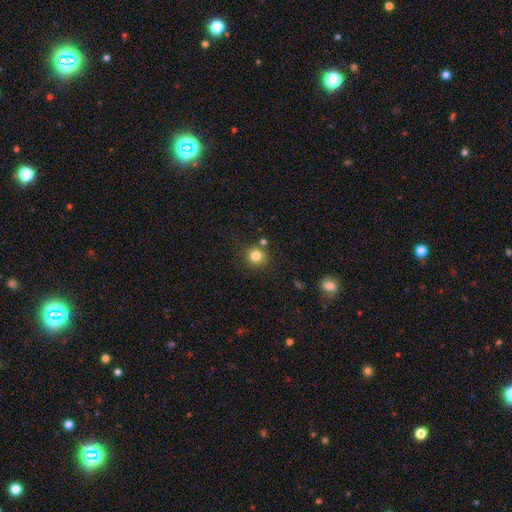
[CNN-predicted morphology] A smooth galaxy with no disk features (82%) that is round (89%).

Vote fractions:
- Smooth or featured? smooth: 82% / star or artifact: 12% / featured or disk: 6%
- How rounded? round: 89% / in between: 10% / cigar-shaped: 1%
- Merging? none: 79% / minor disturbance: 10% / merger: 8% / major disturbance: 3%